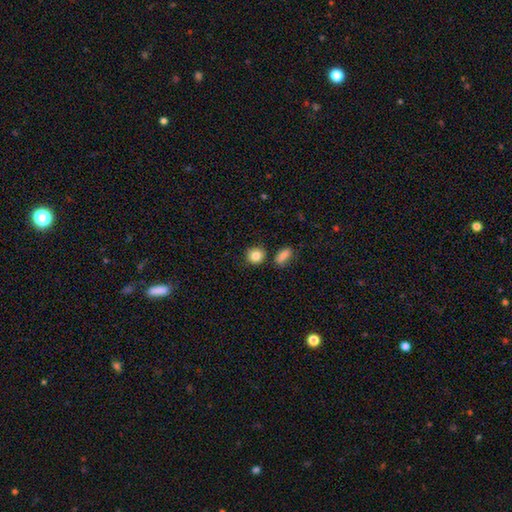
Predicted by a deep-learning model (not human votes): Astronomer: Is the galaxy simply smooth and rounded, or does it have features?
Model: smooth — 86%.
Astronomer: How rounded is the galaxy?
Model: round — 85%.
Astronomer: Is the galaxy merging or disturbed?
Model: none — 82%.